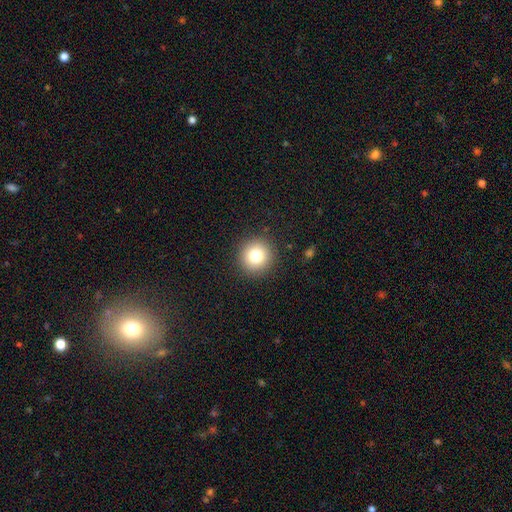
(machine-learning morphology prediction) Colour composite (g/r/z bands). It shows a smooth galaxy with no disk features (79%) that is round (95%). Merging: none (91%).